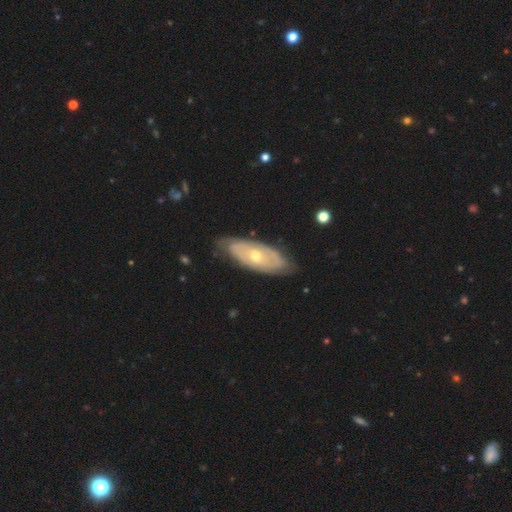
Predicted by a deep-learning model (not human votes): This is likely a featured or disk galaxy (66%). It is clearly not viewed edge-on (83%). Bar: clearly no (81%). Spiral arm pattern: possibly no (53%). Central bulge: likely moderate (61%). Merging: likely none (75%).